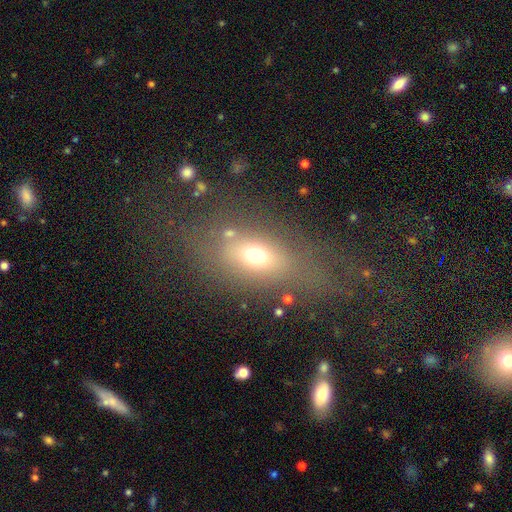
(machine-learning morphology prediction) Smooth or featured?
  - smooth: 62% *
  - featured or disk: 22%
  - star or artifact: 16%
How rounded?
  - in between: 68% *
  - round: 21%
  - cigar-shaped: 11%
Merging?
  - none: 59% *
  - major disturbance: 19%
  - minor disturbance: 17%
  - merger: 5%